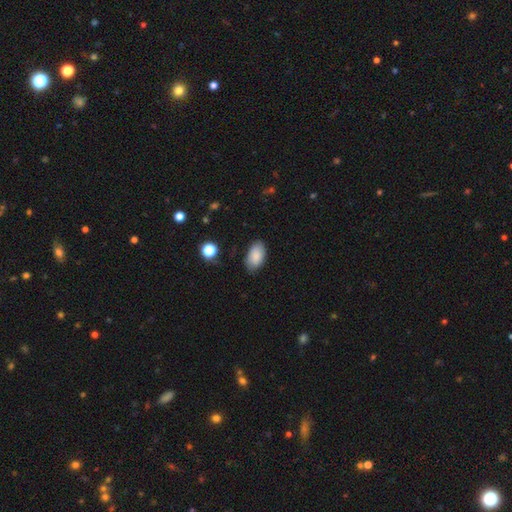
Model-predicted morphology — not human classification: A smooth galaxy with no disk features (88%) that is in between round and cigar-shaped (94%).

Vote fractions:
- Smooth or featured? smooth: 88% / star or artifact: 7% / featured or disk: 5%
- How rounded? in between: 94% / round: 5% / cigar-shaped: 2%
- Merging? none: 82% / minor disturbance: 14% / major disturbance: 3% / merger: 1%